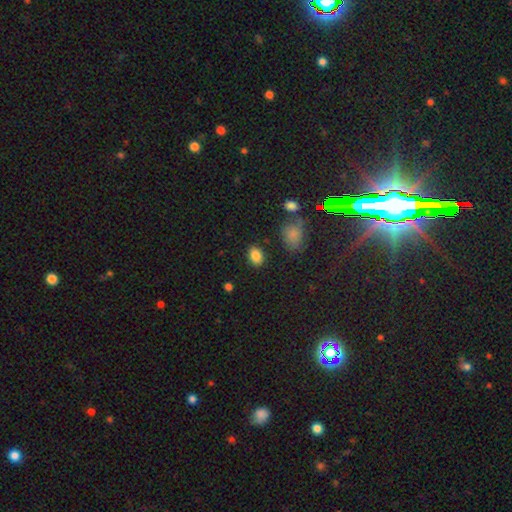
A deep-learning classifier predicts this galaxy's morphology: Smooth or featured?
  - smooth: 84% *
  - star or artifact: 10%
  - featured or disk: 6%
How rounded?
  - in between: 76% *
  - round: 23%
  - cigar-shaped: 1%
Merging?
  - none: 86% *
  - minor disturbance: 9%
  - major disturbance: 3%
  - merger: 2%